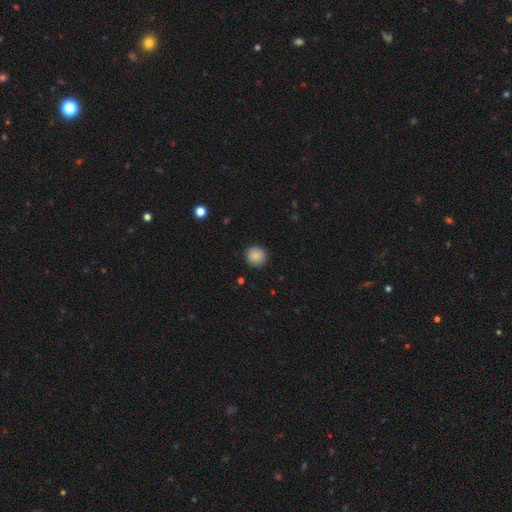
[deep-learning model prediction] Smooth or featured?
  - smooth: 86% *
  - star or artifact: 9%
  - featured or disk: 5%
How rounded?
  - round: 91% *
  - in between: 8%
  - cigar-shaped: 1%
Merging?
  - none: 90% *
  - minor disturbance: 7%
  - major disturbance: 2%
  - merger: 1%